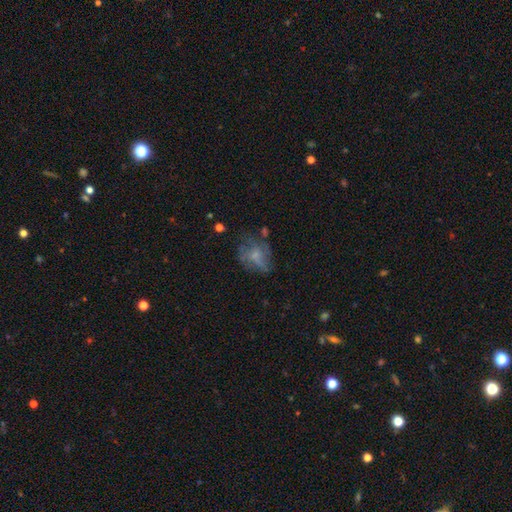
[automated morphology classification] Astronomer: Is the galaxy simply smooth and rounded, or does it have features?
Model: featured or disk — 45% (runner-up: smooth, 42%).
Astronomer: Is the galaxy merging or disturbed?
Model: none — 47% (runner-up: major disturbance, 26%).